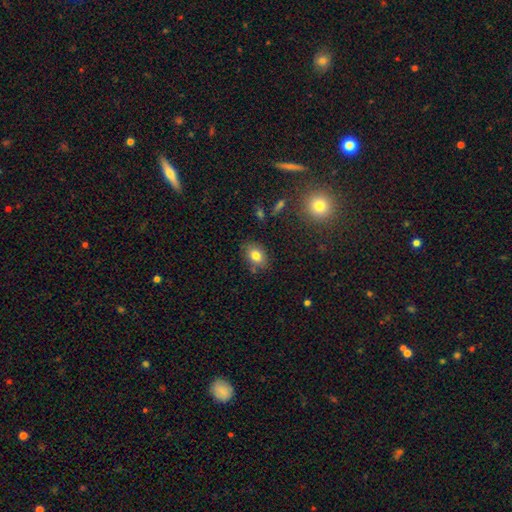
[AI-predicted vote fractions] A smooth galaxy with no disk features (80%) that is in between round and cigar-shaped (74%).

Vote fractions:
- Smooth or featured? smooth: 80% / star or artifact: 10% / featured or disk: 10%
- How rounded? in between: 74% / round: 25% / cigar-shaped: 1%
- Merging? none: 79% / minor disturbance: 14% / merger: 4% / major disturbance: 3%